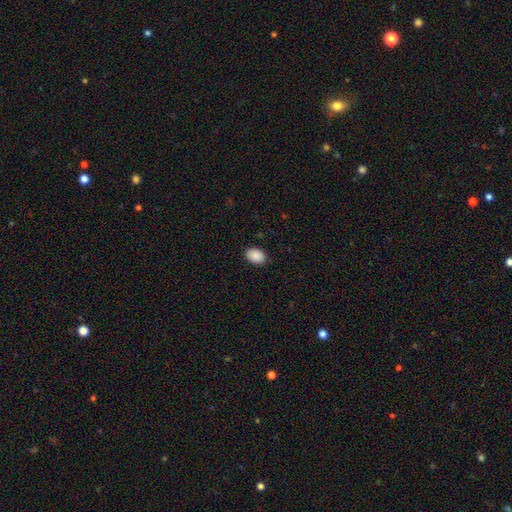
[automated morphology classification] Smooth or featured? smooth (90%)
How rounded? in between (86%)
Merging? none (89%)